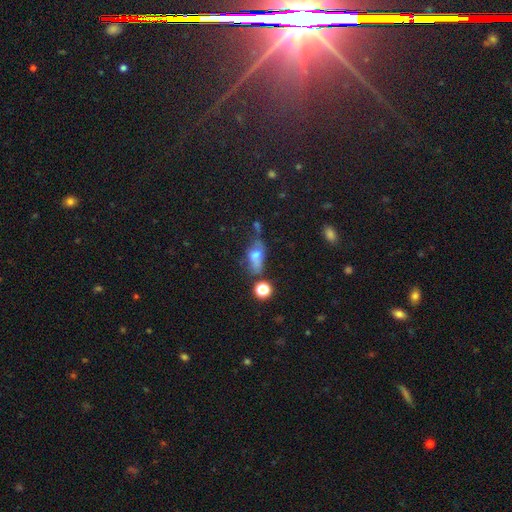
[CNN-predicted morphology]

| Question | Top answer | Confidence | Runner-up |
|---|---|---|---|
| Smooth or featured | smooth | 59% | featured or disk (25%) |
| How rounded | in between | 76% | round (14%) |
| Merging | none | 38% | minor disturbance (26%) |